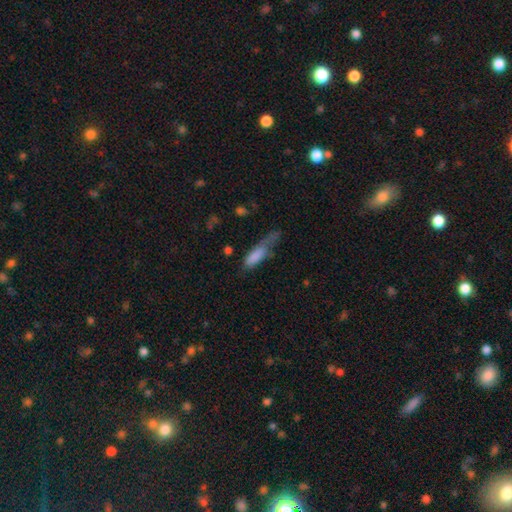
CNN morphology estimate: smooth-or-featured: smooth: 79% | featured or disk: 14% | star or artifact: 7%
  how-rounded: cigar-shaped: 55% | in between: 43% | round: 2%
  merging: major disturbance: 34% | minor disturbance: 32% | none: 27% | merger: 7%